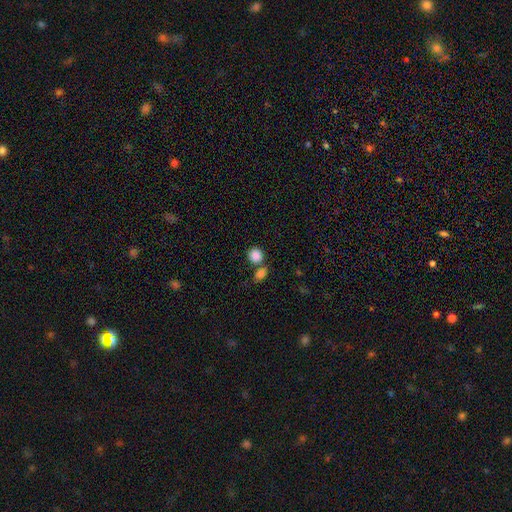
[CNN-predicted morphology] This appears to be a smooth galaxy with no disk features (87%) that is round (82%). Merging: none (60%).